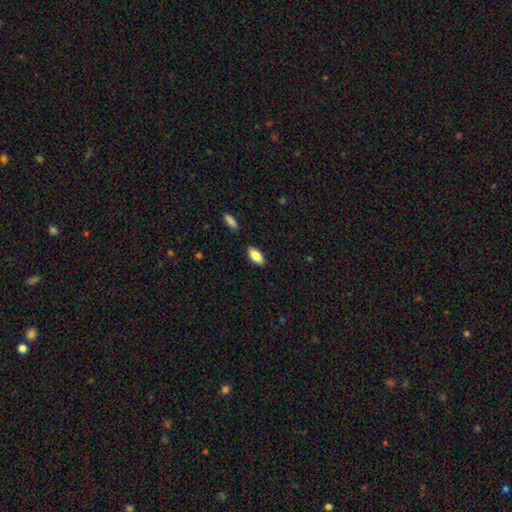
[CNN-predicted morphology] This appears to be a smooth galaxy with no disk features (83%) that is in between round and cigar-shaped (87%). Merging: none (86%).